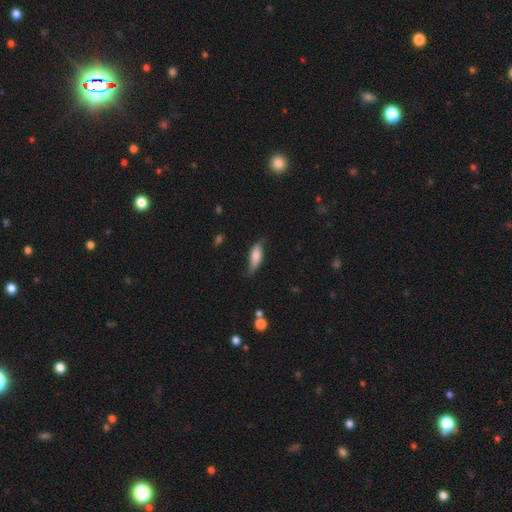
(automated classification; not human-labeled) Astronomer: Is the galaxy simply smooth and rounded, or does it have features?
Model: smooth — 69%.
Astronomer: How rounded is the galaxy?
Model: in between — 61% (runner-up: cigar-shaped, 36%).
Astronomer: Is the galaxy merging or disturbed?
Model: none — 63%.